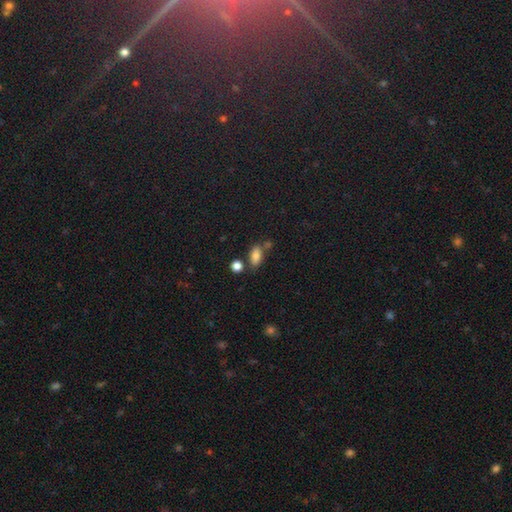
This is clearly a smooth galaxy (87%). How rounded: likely in between (79%). Merging: likely none (67%).